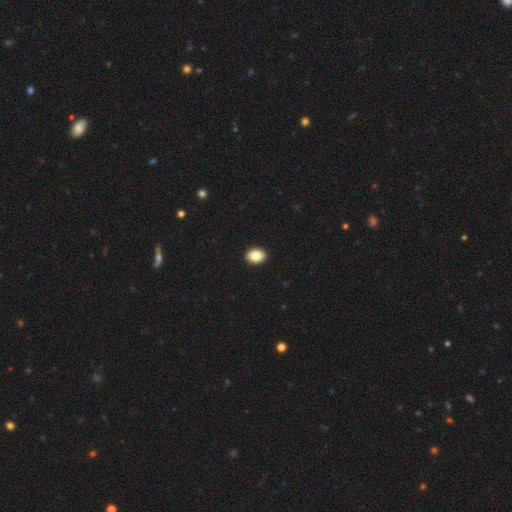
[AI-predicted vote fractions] Morphology: type=smooth (86%); roundness=in between (71%); merging=none (93%).